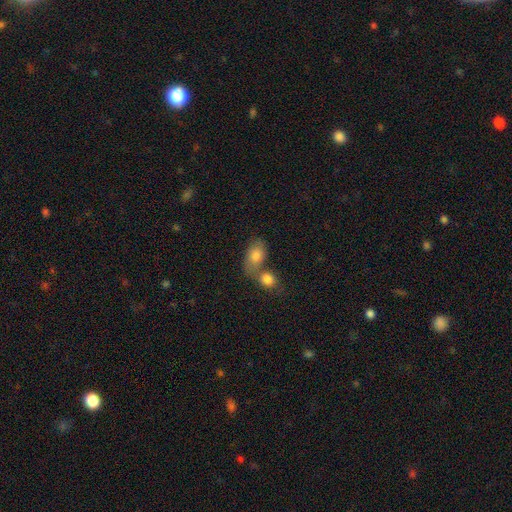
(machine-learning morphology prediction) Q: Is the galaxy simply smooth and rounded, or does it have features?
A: smooth — 80%.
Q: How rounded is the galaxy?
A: in between — 81%.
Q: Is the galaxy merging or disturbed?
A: merger — 51%.